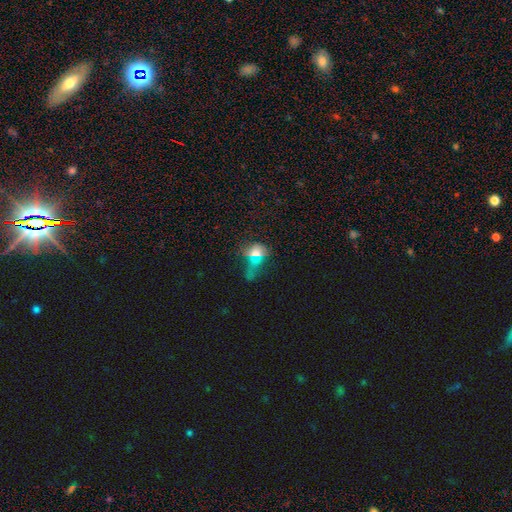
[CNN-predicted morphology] smooth-or-featured: smooth: 59% | star or artifact: 22% | featured or disk: 19%
  how-rounded: in between: 60% | round: 34% | cigar-shaped: 6%
  merging: major disturbance: 33% | none: 32% | minor disturbance: 18% | merger: 17%